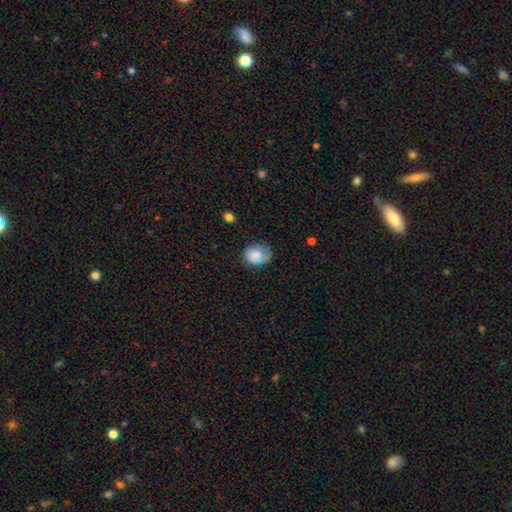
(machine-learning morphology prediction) Smooth or featured: smooth — 72% (featured or disk — 20%)
How rounded: round — 54% (in between — 45%)
Merging: none — 57% (minor disturbance — 28%)